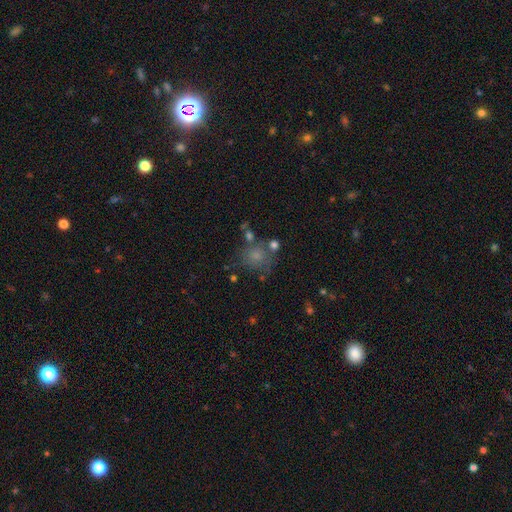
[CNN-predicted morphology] Q: Smooth or featured?
A: smooth (69%); runner-up: featured or disk (16%)
Q: How rounded?
A: round (82%); runner-up: in between (17%)
Q: Merging?
A: none (58%); runner-up: minor disturbance (17%)